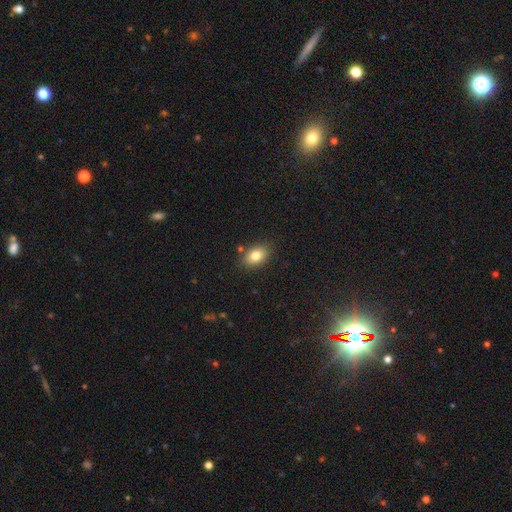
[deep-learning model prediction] This appears to be a smooth galaxy with no disk features (82%) that is in between round and cigar-shaped (84%). Merging: none (84%).